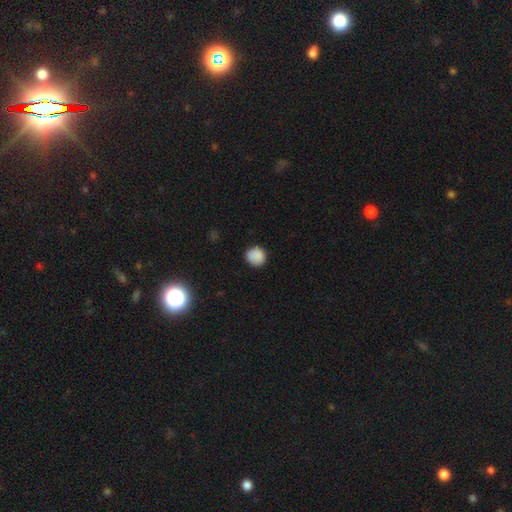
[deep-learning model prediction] Smooth or featured?
  - smooth: 86% *
  - star or artifact: 10%
  - featured or disk: 4%
How rounded?
  - round: 90% *
  - in between: 9%
  - cigar-shaped: 1%
Merging?
  - none: 85% *
  - minor disturbance: 11%
  - major disturbance: 2%
  - merger: 1%